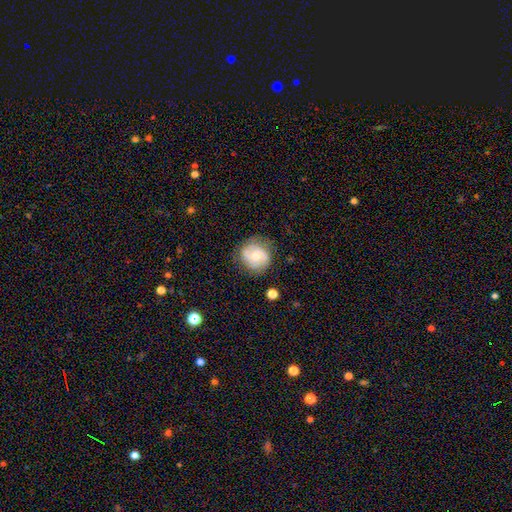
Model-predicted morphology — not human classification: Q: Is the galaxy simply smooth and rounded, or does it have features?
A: featured or disk — 56%.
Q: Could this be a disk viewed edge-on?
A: no — 98%.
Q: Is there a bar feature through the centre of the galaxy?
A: no — 55%.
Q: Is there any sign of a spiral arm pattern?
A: yes — 83%.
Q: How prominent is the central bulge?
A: moderate — 58%.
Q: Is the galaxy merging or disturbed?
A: none — 74%.